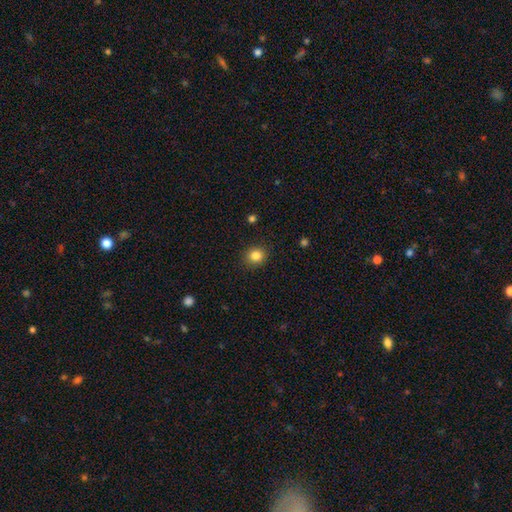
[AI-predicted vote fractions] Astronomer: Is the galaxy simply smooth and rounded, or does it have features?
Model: smooth — 84%.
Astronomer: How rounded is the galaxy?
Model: round — 81%.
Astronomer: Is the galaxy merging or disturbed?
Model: none — 90%.